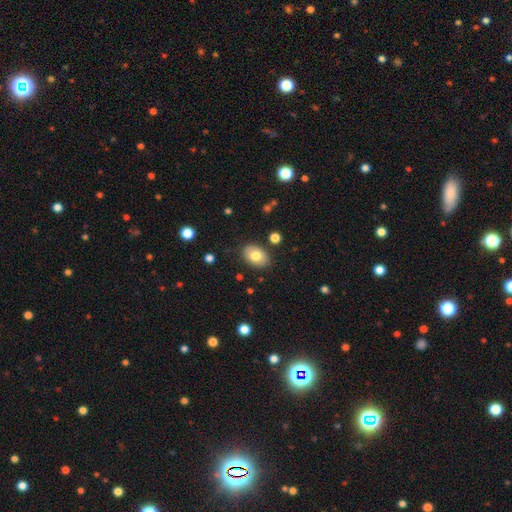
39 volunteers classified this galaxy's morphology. smooth_or_featured: smooth (p=0.90) [alt: featured or disk p=0.08]
how_rounded: in between (p=0.83) [alt: round p=0.17]
merging: none (p=0.82) [alt: minor disturbance p=0.11]